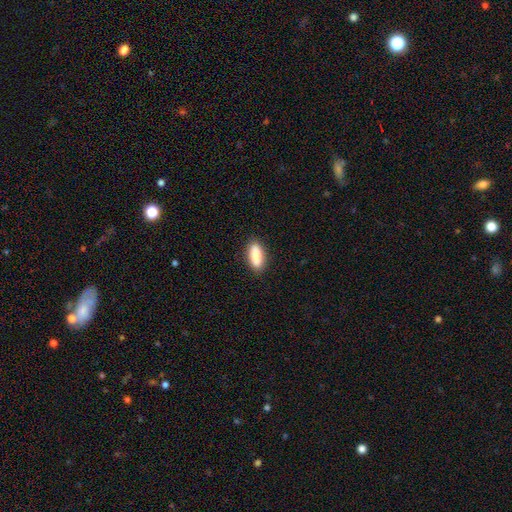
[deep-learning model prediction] Overall: smooth (88%). How rounded: in between (73%). Merging: none (88%).